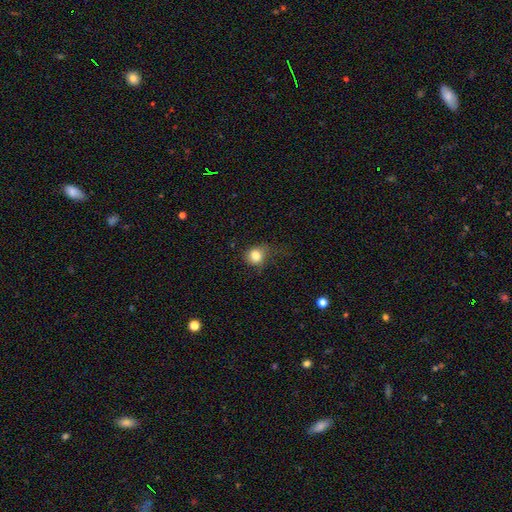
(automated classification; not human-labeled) smooth 82%, star or artifact 11%, featured or disk 7%. Down the decision tree: how rounded — round (78%); merging — none (58%).